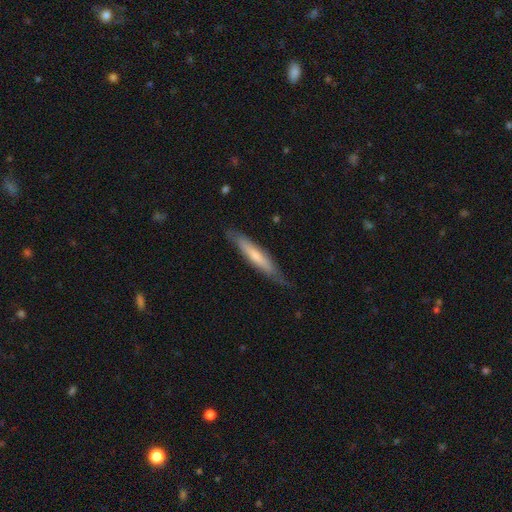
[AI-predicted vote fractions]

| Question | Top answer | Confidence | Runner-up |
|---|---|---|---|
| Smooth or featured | smooth | 55% | featured or disk (39%) |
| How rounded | cigar-shaped | 91% | in between (8%) |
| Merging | none | 76% | minor disturbance (19%) |